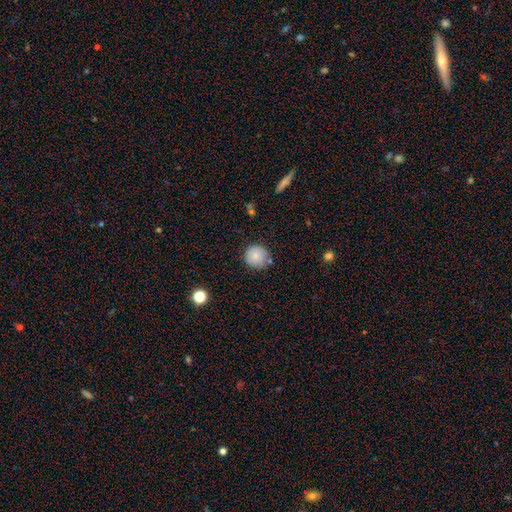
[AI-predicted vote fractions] This appears to be a smooth galaxy with no disk features (84%) that is round (94%). Merging: none (78%).